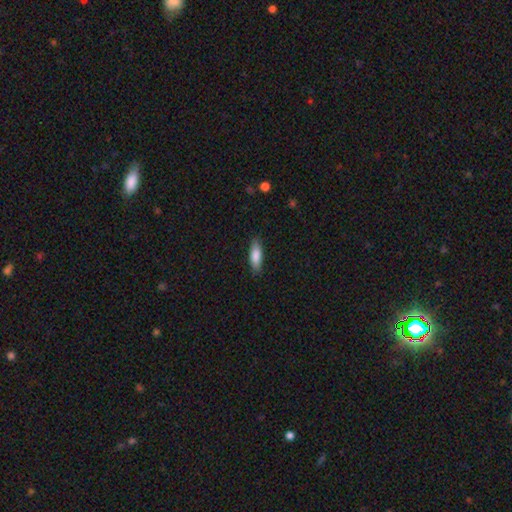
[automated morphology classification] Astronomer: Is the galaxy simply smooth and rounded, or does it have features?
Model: smooth — 85%.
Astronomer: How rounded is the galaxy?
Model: in between — 61% (runner-up: cigar-shaped, 37%).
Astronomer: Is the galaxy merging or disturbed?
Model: none — 86%.